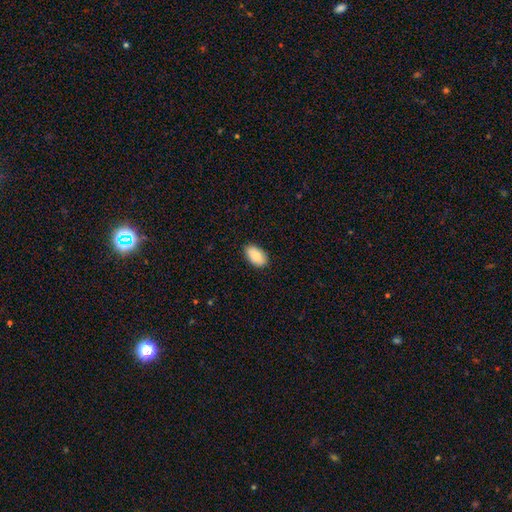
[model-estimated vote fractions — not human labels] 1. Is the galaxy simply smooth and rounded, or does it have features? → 88% smooth, 6% star or artifact, 6% featured or disk.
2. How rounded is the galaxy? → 94% in between, 4% round, 2% cigar-shaped.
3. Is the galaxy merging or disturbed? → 86% none, 11% minor disturbance, 2% major disturbance, 1% merger.